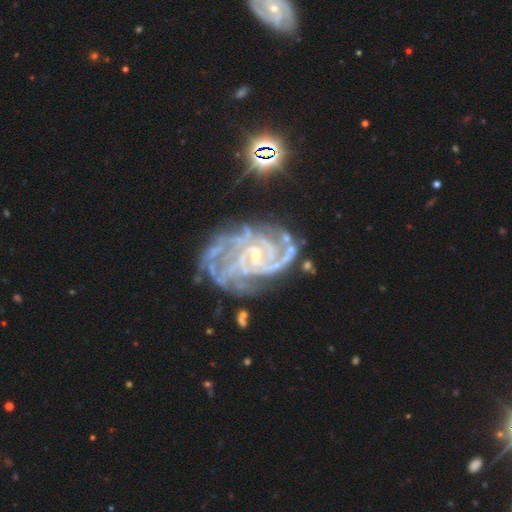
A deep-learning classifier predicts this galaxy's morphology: The model was most divided on "bar": no: 44%, weak: 43%, strong: 13%. Remaining: edge-on disk — no (98%); spiral arms — yes (98%); smooth or featured — featured or disk (90%); bulge size — small (72%); spiral winding — tight (62%); merging — none (58%); spiral arm count — can't tell (22%).